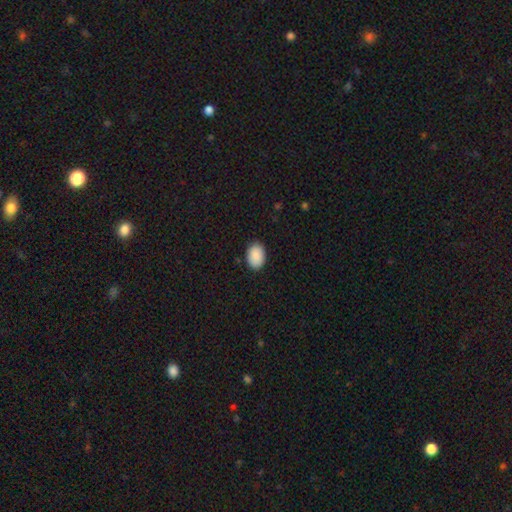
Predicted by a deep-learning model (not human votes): This is clearly a smooth galaxy (91%). How rounded: clearly in between (83%). Merging: clearly none (87%).